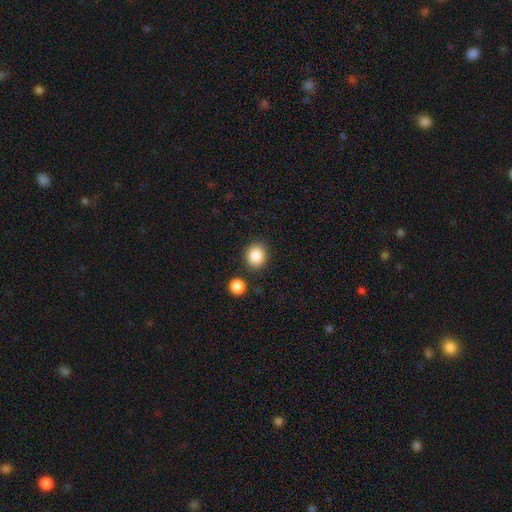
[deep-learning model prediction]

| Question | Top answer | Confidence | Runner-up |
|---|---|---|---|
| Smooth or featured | smooth | 86% | star or artifact (9%) |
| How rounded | round | 76% | in between (23%) |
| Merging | none | 86% | minor disturbance (7%) |